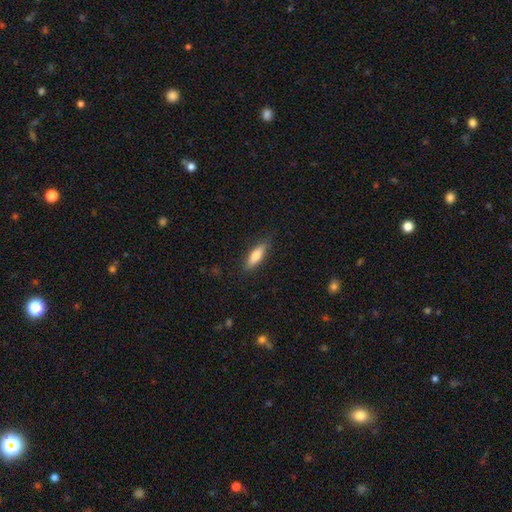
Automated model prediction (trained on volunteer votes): smooth-or-featured: smooth: 71% | featured or disk: 23% | star or artifact: 6%
  how-rounded: cigar-shaped: 55% | in between: 43% | round: 2%
  merging: none: 85% | minor disturbance: 12% | major disturbance: 3% | merger: 1%